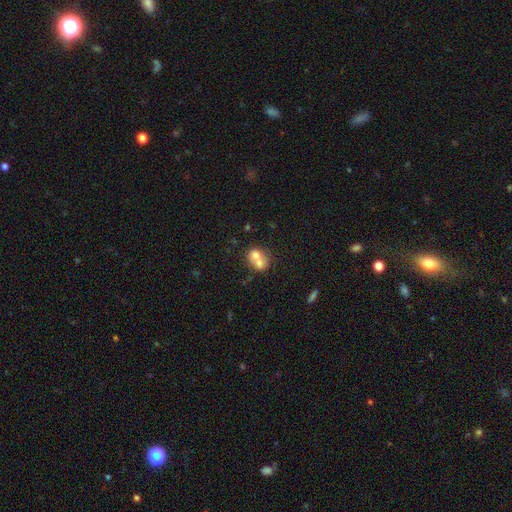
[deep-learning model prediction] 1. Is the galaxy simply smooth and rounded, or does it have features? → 66% smooth, 25% featured or disk, 10% star or artifact.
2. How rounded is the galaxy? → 59% round, 40% in between, 1% cigar-shaped.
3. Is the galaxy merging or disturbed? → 72% merger, 19% none, 6% minor disturbance, 3% major disturbance.